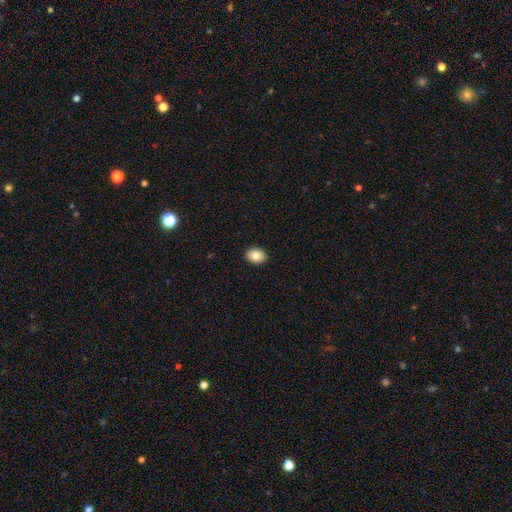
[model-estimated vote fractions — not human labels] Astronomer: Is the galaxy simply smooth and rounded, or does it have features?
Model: smooth — 85%.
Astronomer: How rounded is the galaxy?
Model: in between — 69%.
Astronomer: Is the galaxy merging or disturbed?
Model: none — 91%.